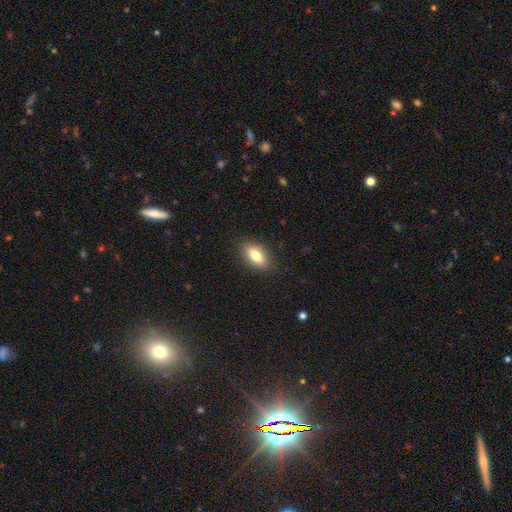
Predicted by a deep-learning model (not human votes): This is clearly a smooth galaxy (80%). How rounded: clearly in between (88%). Merging: clearly none (87%).